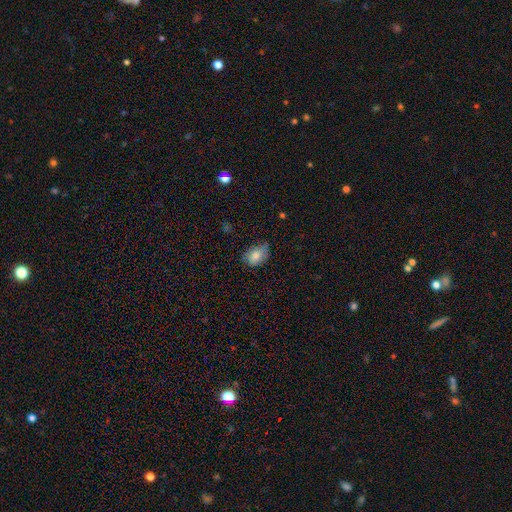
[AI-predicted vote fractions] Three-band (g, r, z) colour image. It shows a smooth galaxy with no disk features (83%) that is in between round and cigar-shaped (82%). Merging: none (62%).